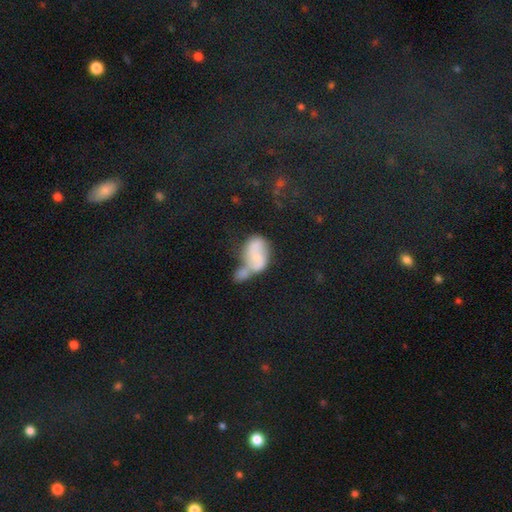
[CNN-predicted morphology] Q: Smooth or featured?
A: smooth (47%); runner-up: featured or disk (43%)
Q: Merging?
A: merger (59%); runner-up: none (17%)